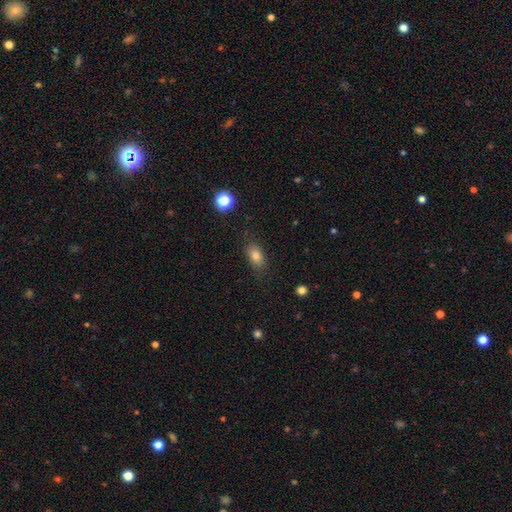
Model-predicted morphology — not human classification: The model was most divided on "smooth or featured": smooth: 78%, star or artifact: 11%, featured or disk: 11%. More confident: how rounded — in between (82%); merging — none (81%).